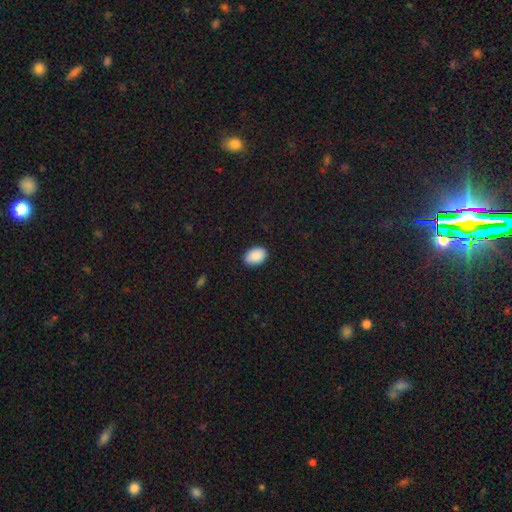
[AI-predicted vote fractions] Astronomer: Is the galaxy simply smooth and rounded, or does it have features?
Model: smooth — 91%.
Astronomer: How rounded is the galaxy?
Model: in between — 87%.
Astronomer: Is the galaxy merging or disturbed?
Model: none — 88%.